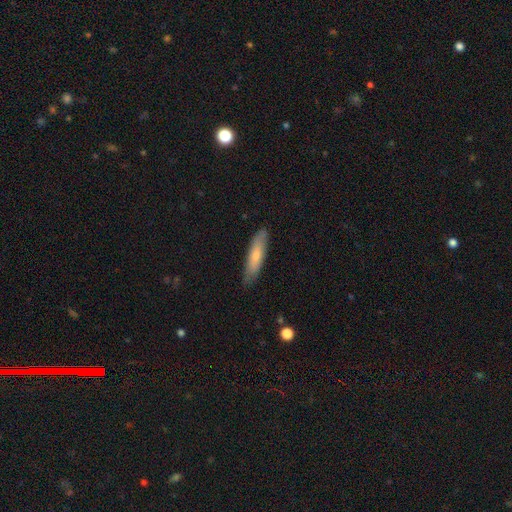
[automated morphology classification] Q: Smooth or featured?
A: smooth (69%); runner-up: featured or disk (26%)
Q: How rounded?
A: cigar-shaped (74%); runner-up: in between (25%)
Q: Merging?
A: none (82%); runner-up: minor disturbance (14%)